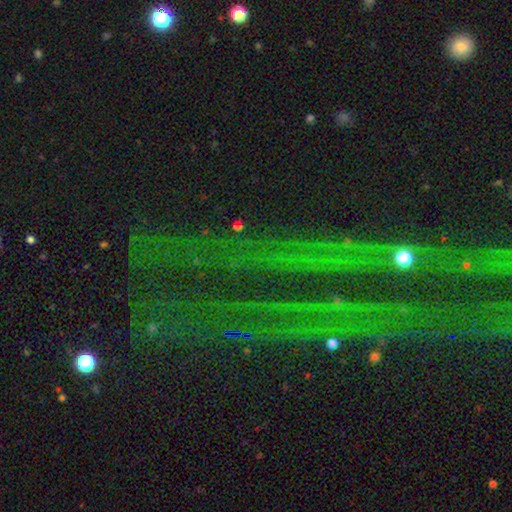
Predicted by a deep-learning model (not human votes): A star or artifact, not a galaxy (79%).